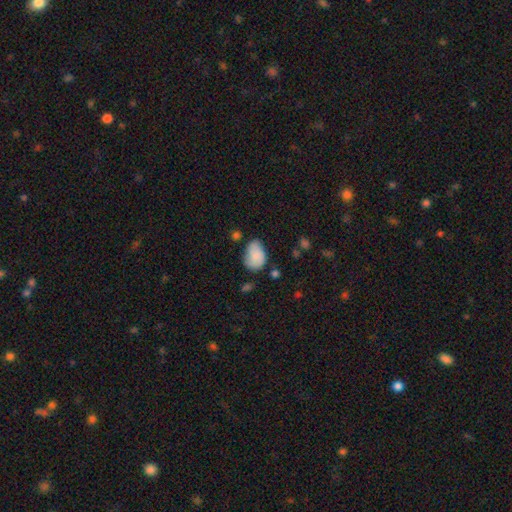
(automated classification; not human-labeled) Smooth or featured? smooth (78%)
How rounded? in between (78%)
Merging? none (46%)